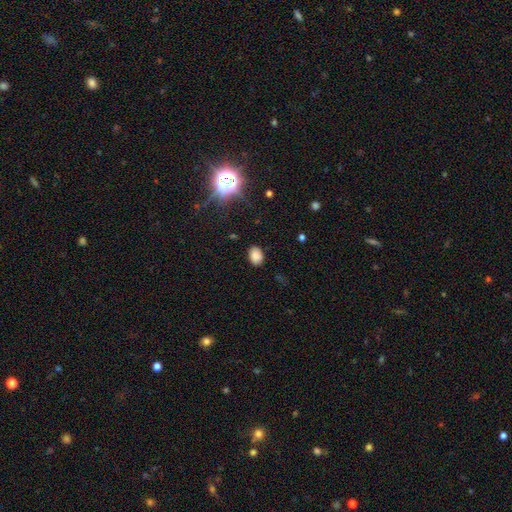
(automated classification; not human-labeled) smooth 81%, star or artifact 14%, featured or disk 4%. Down the decision tree: how rounded — in between (76%); merging — none (85%).